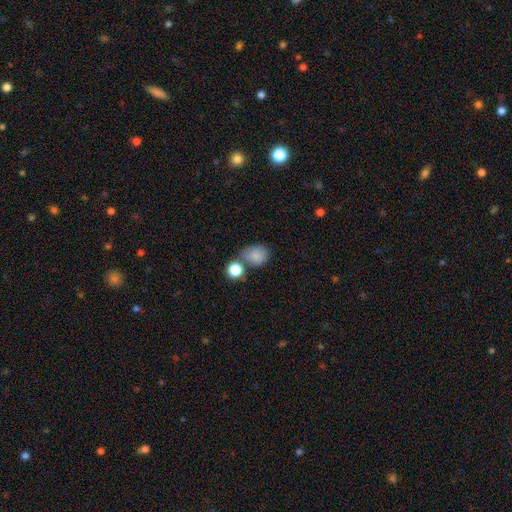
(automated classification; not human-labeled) A smooth galaxy with no disk features (83%) that is round (55%). Merging: none (53%).